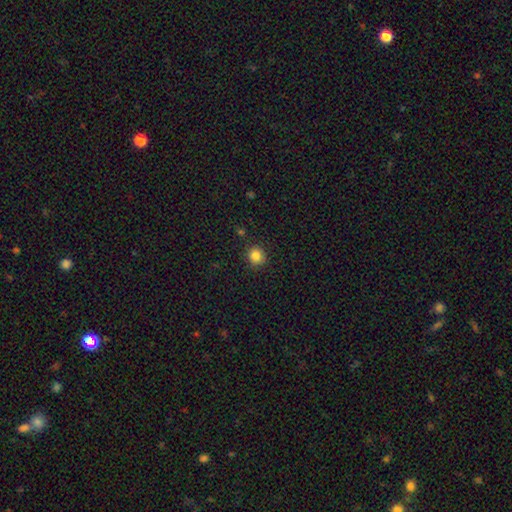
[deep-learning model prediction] Morphology: type=smooth (84%); roundness=round (89%); merging=none (89%).